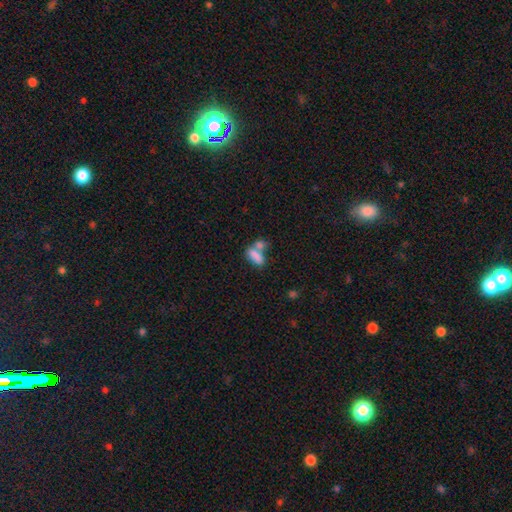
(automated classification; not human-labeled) A smooth galaxy with no disk features (80%) that is in between round and cigar-shaped (78%). Merging: merger (54%).